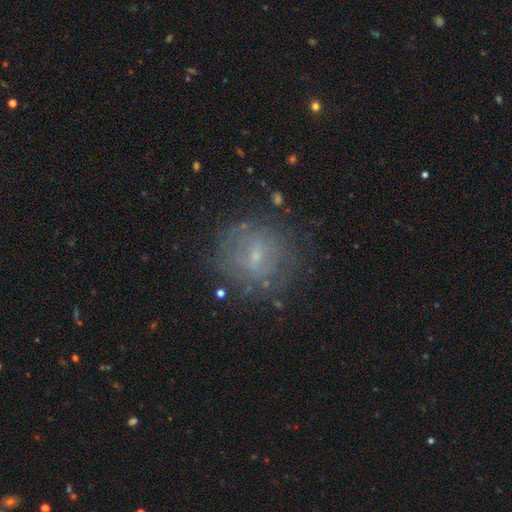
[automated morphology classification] smooth-or-featured: featured or disk: 53% | smooth: 34% | star or artifact: 13%
  disk-edge-on: no: 96% | yes: 4%
    bar: weak: 50% | no: 40% | strong: 10%
    has-spiral-arms: yes: 51% | no: 49%
    bulge-size: small: 73% | moderate: 18% | none: 7% | large: 1% | dominant: 1%
  merging: none: 74% | minor disturbance: 16% | major disturbance: 9% | merger: 2%